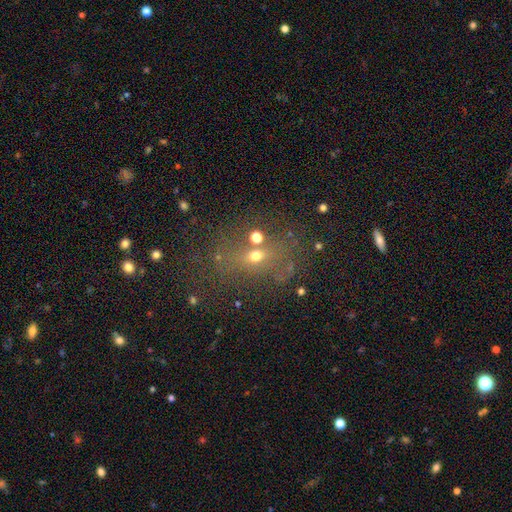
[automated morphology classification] Smooth or featured?
  - smooth: 51% *
  - star or artifact: 26%
  - featured or disk: 23%
How rounded?
  - in between: 59% *
  - round: 35%
  - cigar-shaped: 6%
Merging?
  - none: 58% *
  - minor disturbance: 16%
  - merger: 13%
  - major disturbance: 12%